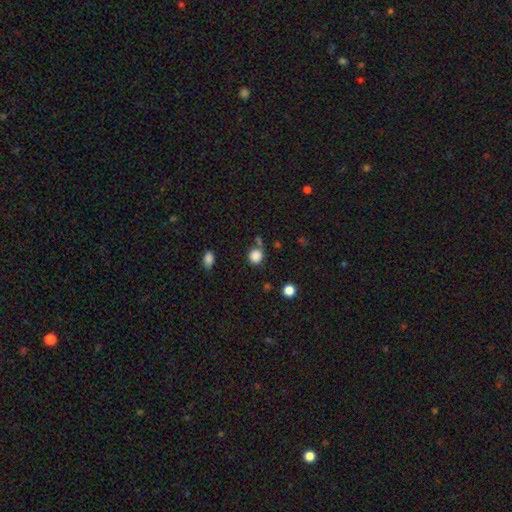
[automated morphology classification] Q: Smooth or featured?
A: smooth (85%); runner-up: star or artifact (12%)
Q: How rounded?
A: round (86%); runner-up: in between (13%)
Q: Merging?
A: none (70%); runner-up: minor disturbance (14%)